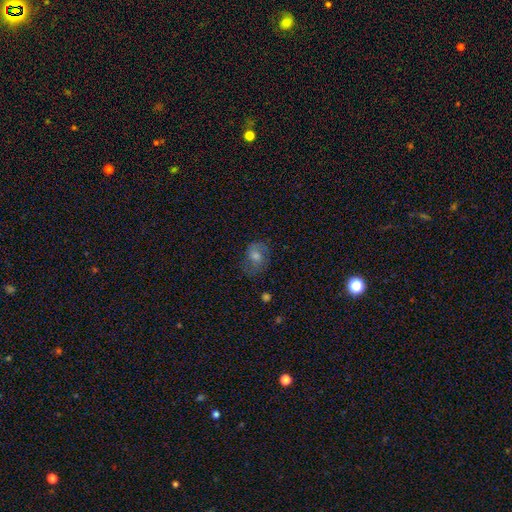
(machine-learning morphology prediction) This appears to be a smooth galaxy with no disk features (58%) that is in between round and cigar-shaped (61%). Merging: none (59%).